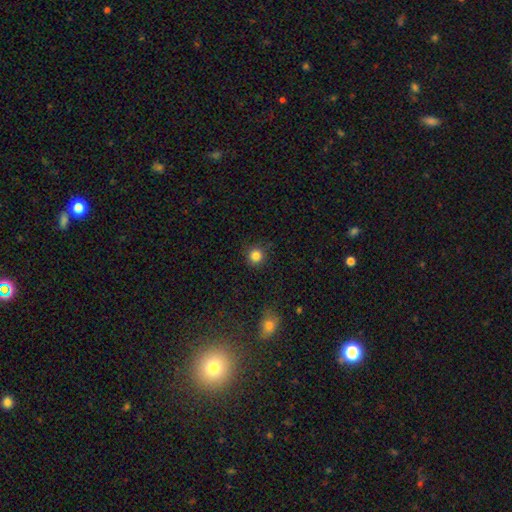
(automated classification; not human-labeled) This is clearly a smooth galaxy (84%). How rounded: clearly round (94%). Merging: clearly none (87%).